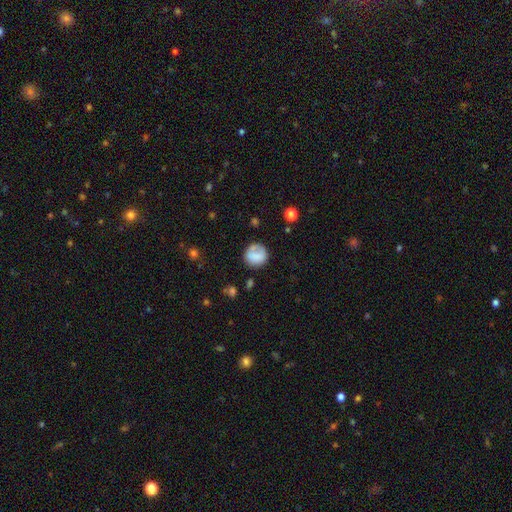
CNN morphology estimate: smooth_or_featured: smooth (p=0.77) [alt: featured or disk p=0.14]
how_rounded: round (p=0.86) [alt: in between p=0.13]
merging: none (p=0.68) [alt: minor disturbance p=0.19]